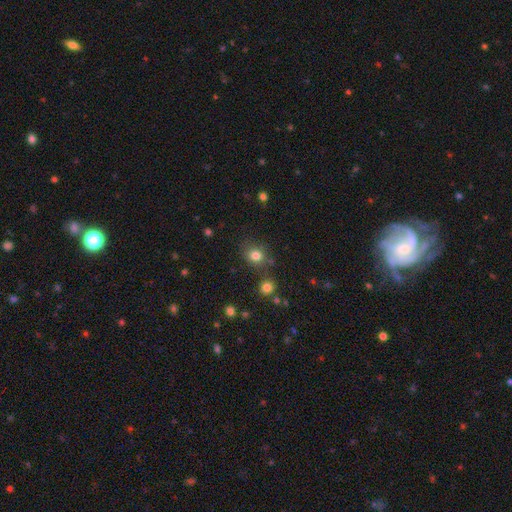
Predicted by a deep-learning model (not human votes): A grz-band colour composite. It shows a smooth galaxy with no disk features (80%) that is round (75%). Merging: none (74%).